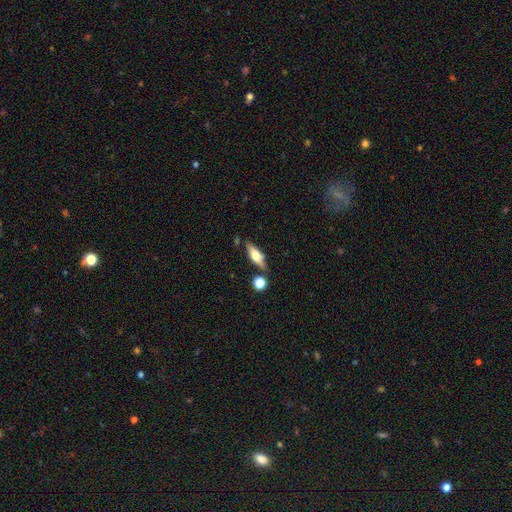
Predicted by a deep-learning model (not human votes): This appears to be a featured or disk galaxy (49%). Merging: none (76%).